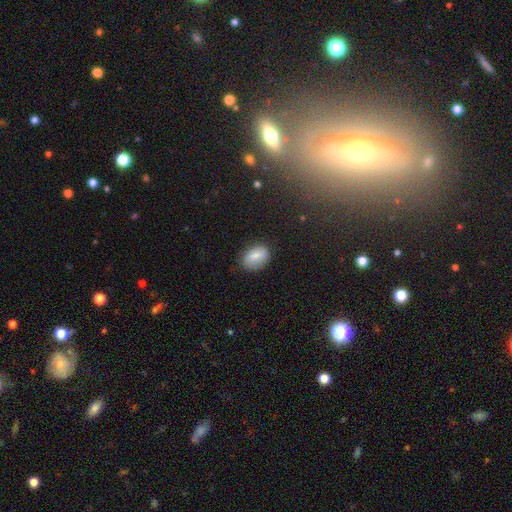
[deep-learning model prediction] Smooth or featured? smooth (82%)
How rounded? in between (82%)
Merging? none (79%)